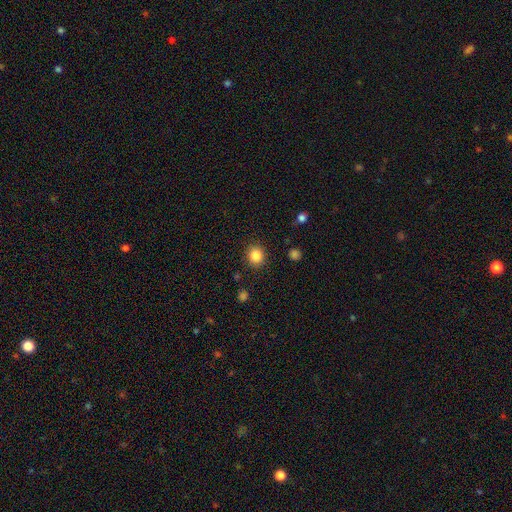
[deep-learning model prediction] This appears to be a smooth galaxy with no disk features (85%) that is round (82%). Merging: none (90%).